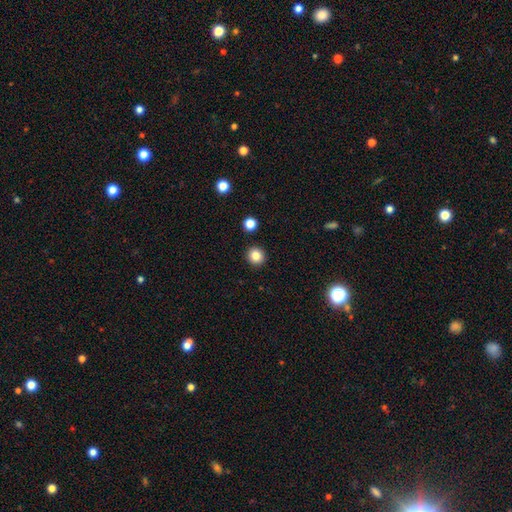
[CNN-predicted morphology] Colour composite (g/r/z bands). It shows a smooth galaxy with no disk features (84%) that is round (93%). Merging: none (92%).